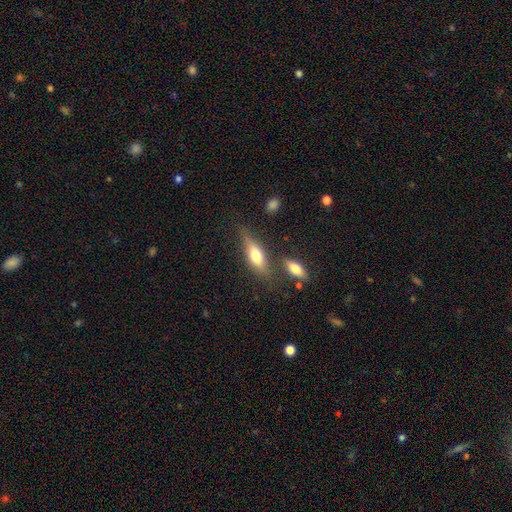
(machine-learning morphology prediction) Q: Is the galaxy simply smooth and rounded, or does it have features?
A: smooth — 60%.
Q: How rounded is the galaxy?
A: in between — 58%.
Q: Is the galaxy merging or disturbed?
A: none — 63%.